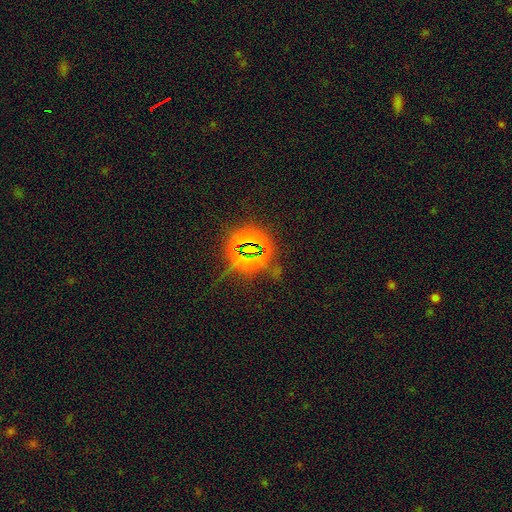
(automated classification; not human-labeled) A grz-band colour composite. It shows a star or artifact, not a galaxy (80%).